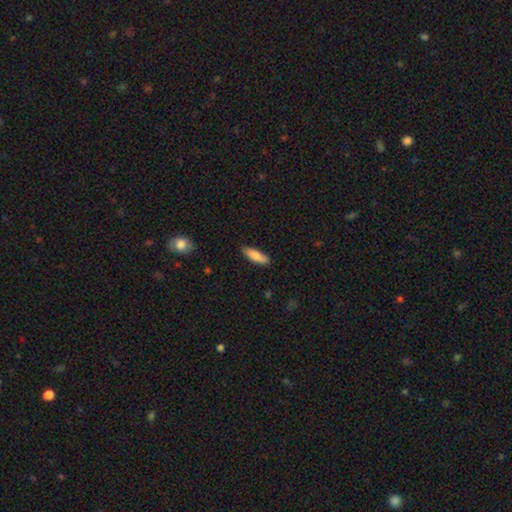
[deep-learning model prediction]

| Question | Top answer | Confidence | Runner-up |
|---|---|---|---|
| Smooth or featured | smooth | 84% | featured or disk (10%) |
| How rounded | in between | 51% | cigar-shaped (47%) |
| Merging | none | 84% | minor disturbance (13%) |